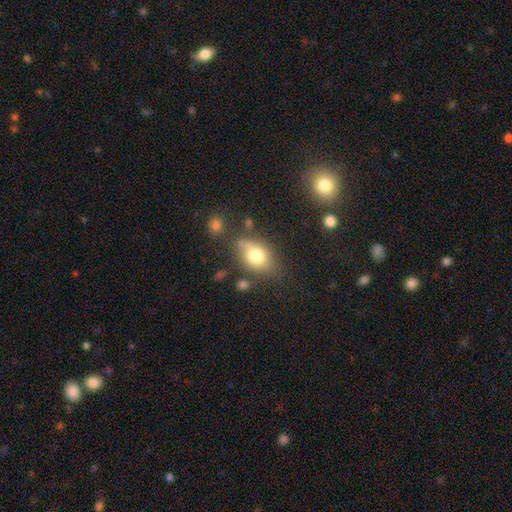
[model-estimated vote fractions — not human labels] smooth 74%, featured or disk 16%, star or artifact 10%. Down the decision tree: how rounded — in between (69%); merging — none (64%).